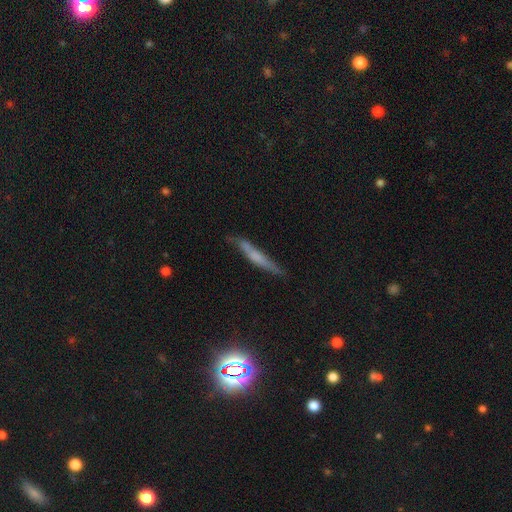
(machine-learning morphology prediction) smooth 49%, featured or disk 42%, star or artifact 9%. Down the decision tree: merging — none (69%).